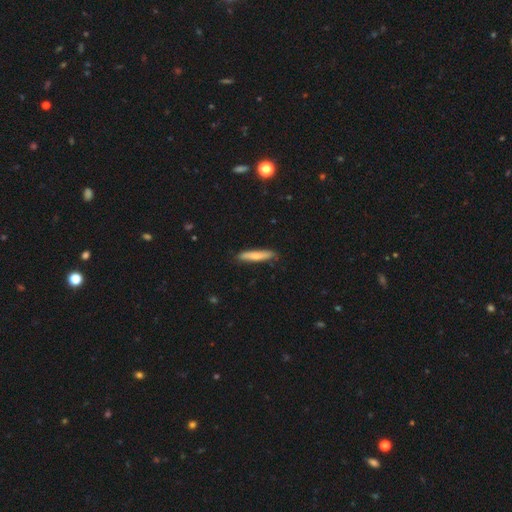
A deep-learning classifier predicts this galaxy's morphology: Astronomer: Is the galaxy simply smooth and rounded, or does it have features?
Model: smooth — 67%.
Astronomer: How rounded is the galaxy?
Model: cigar-shaped — 90%.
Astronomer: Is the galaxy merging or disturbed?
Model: none — 86%.